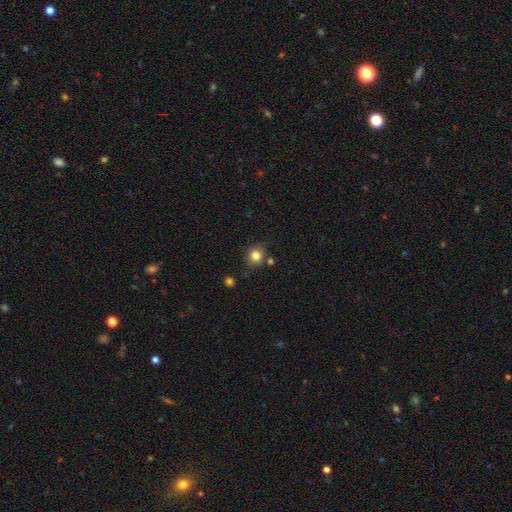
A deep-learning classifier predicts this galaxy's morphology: This appears to be a smooth galaxy with no disk features (83%) that is round (84%). Merging: none (79%).